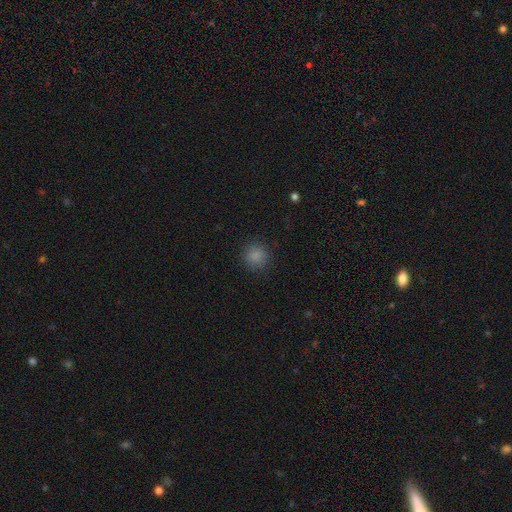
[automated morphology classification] The model was most divided on "smooth or featured": smooth: 85%, star or artifact: 12%, featured or disk: 3%. More confident: how rounded — round (91%); merging — none (88%).